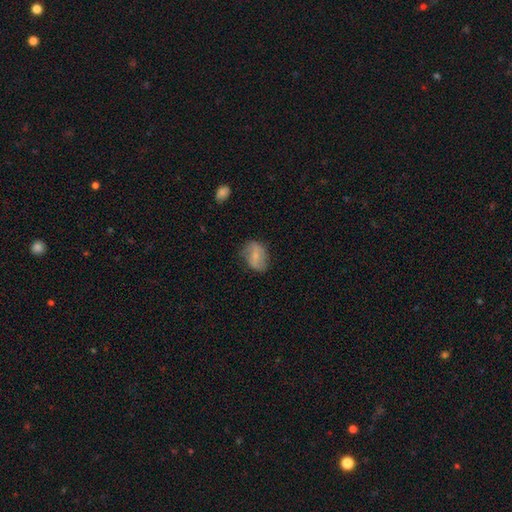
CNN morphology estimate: Smooth or featured: smooth — 50% (featured or disk — 42%)
Merging: none — 67% (minor disturbance — 23%)